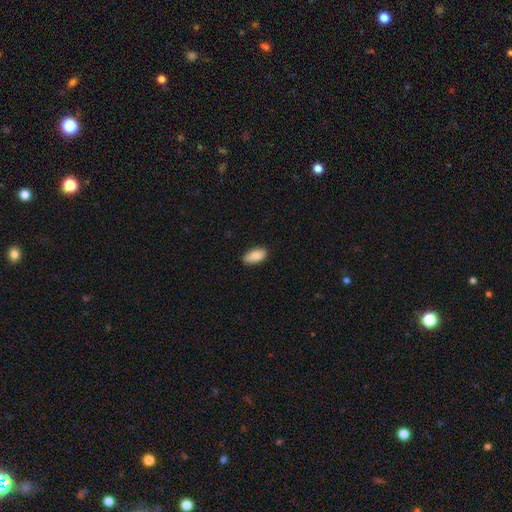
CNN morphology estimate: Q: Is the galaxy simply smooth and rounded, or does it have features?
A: smooth — 86%.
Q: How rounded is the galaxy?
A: in between — 93%.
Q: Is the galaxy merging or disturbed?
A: none — 84%.